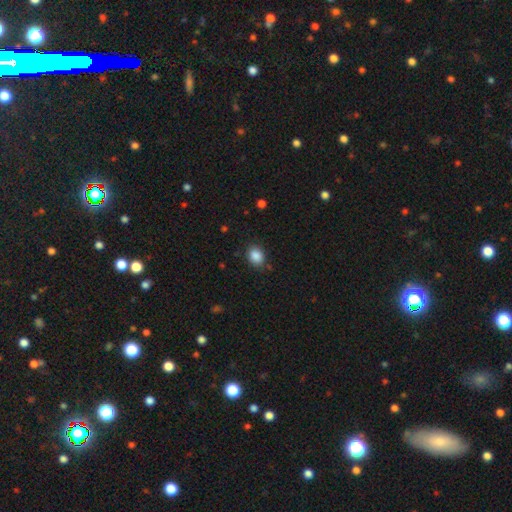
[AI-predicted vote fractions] Smooth or featured? smooth (87%)
How rounded? in between (53%)
Merging? none (83%)